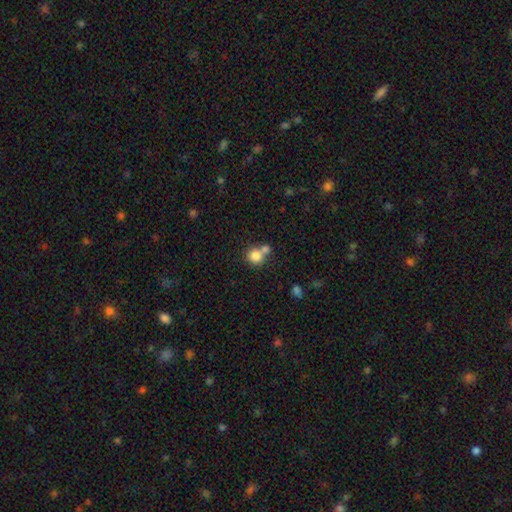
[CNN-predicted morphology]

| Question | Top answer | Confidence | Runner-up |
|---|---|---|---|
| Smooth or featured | smooth | 82% | star or artifact (10%) |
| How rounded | round | 88% | in between (11%) |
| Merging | none | 48% | merger (41%) |